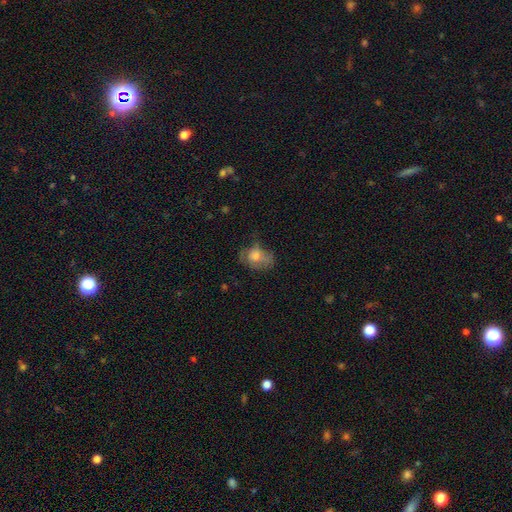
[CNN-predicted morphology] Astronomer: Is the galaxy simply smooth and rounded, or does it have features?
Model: smooth — 59%.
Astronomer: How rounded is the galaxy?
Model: in between — 71%.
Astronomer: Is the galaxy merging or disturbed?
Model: none — 43% (runner-up: minor disturbance, 31%).